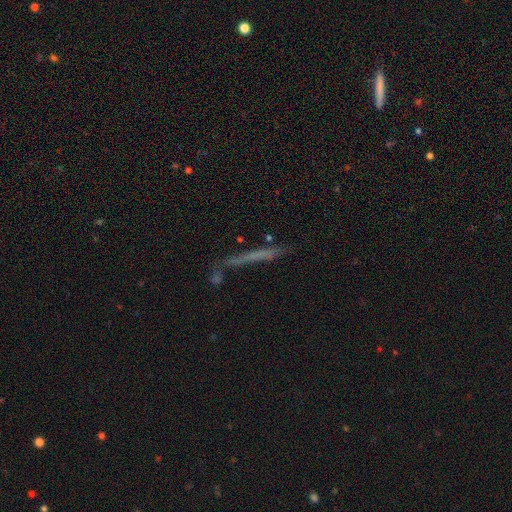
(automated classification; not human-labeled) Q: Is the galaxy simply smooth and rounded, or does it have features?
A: smooth — 44%.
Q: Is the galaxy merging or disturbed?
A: none — 68%.